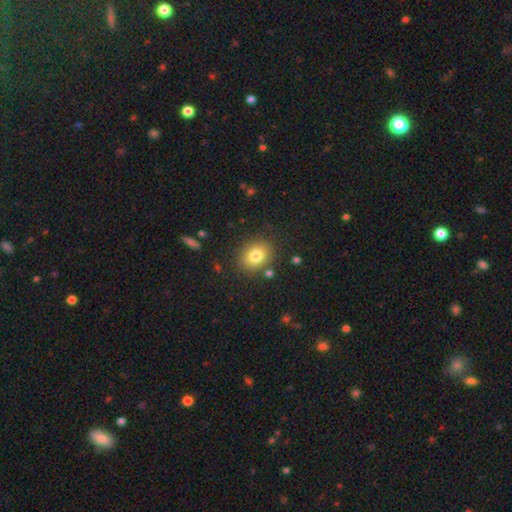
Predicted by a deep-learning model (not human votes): Smooth or featured: smooth — 79% (star or artifact — 11%)
How rounded: round — 58% (in between — 41%)
Merging: none — 85% (minor disturbance — 9%)